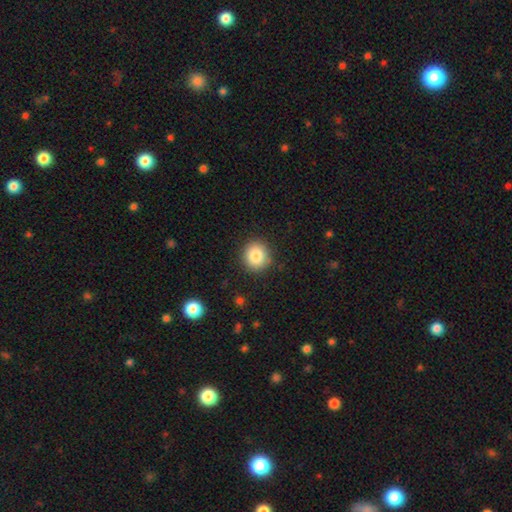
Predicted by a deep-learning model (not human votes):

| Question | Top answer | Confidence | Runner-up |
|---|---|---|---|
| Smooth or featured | smooth | 85% | star or artifact (9%) |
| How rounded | round | 86% | in between (13%) |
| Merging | none | 89% | minor disturbance (8%) |